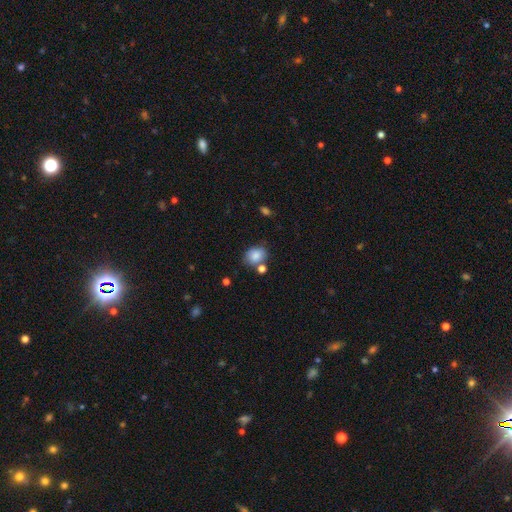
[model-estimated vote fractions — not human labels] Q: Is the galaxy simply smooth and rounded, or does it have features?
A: smooth — 83%.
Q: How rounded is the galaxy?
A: in between — 55%.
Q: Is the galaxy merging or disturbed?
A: none — 62%.